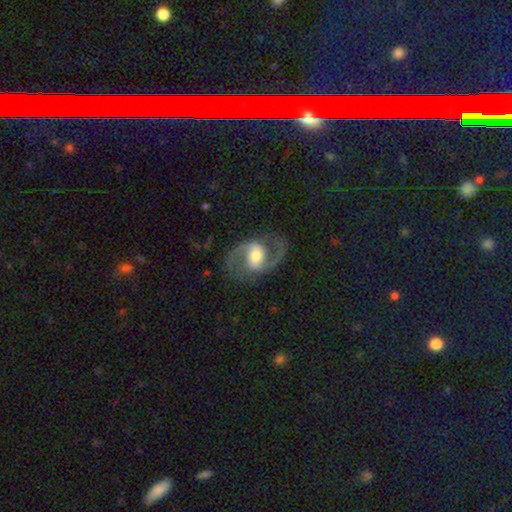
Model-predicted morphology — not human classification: smooth_or_featured: featured or disk (p=0.90) [alt: smooth p=0.05]
disk_edge_on: no (p=0.98) [alt: yes p=0.02]
bar: weak (p=0.46) [alt: strong p=0.28]
has_spiral_arms: yes (p=0.97) [alt: no p=0.03]
spiral_winding: medium (p=0.60) [alt: loose p=0.29]
spiral_arm_count: 2 (p=0.94) [alt: can't tell p=0.02]
bulge_size: moderate (p=0.60) [alt: large p=0.20]
merging: none (p=0.81) [alt: minor disturbance p=0.11]